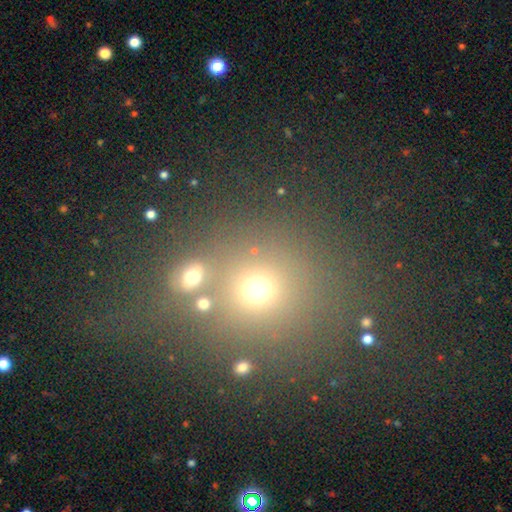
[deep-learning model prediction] A smooth galaxy with no disk features (54%) that is round (83%).

Vote fractions:
- Smooth or featured? smooth: 54% / star or artifact: 35% / featured or disk: 11%
- How rounded? round: 83% / in between: 15% / cigar-shaped: 1%
- Merging? none: 61% / merger: 22% / minor disturbance: 10% / major disturbance: 7%